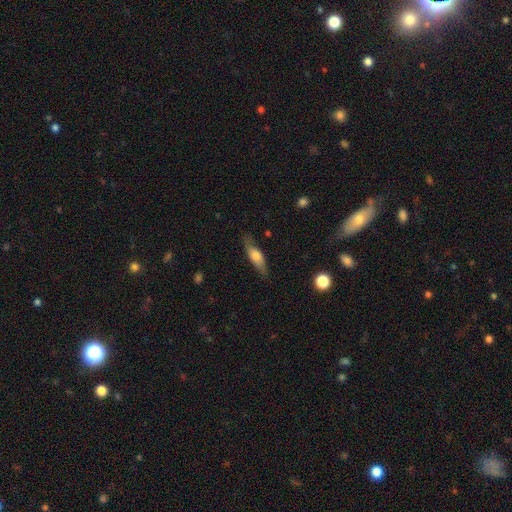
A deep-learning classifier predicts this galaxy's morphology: Q: Smooth or featured?
A: smooth (57%); runner-up: featured or disk (36%)
Q: How rounded?
A: cigar-shaped (50%); runner-up: in between (47%)
Q: Merging?
A: none (77%); runner-up: minor disturbance (17%)